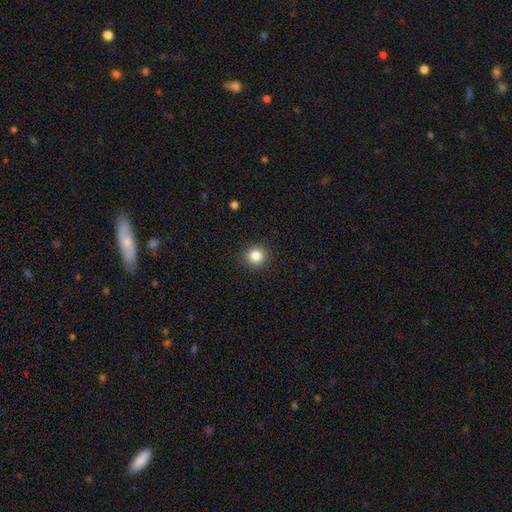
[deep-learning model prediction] A smooth galaxy with no disk features (85%) that is round (91%).

Vote fractions:
- Smooth or featured? smooth: 85% / star or artifact: 11% / featured or disk: 5%
- How rounded? round: 91% / in between: 8% / cigar-shaped: 1%
- Merging? none: 91% / minor disturbance: 6% / major disturbance: 2% / merger: 1%